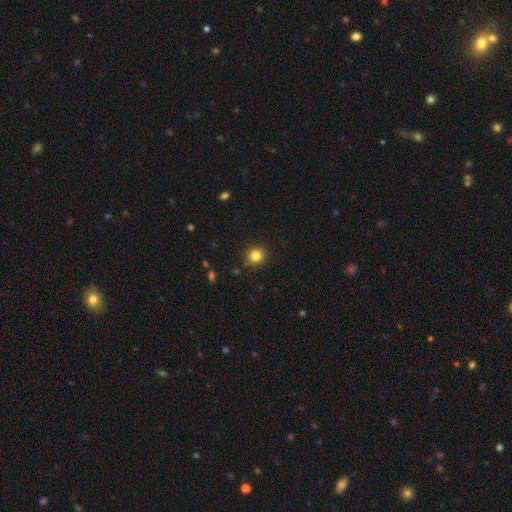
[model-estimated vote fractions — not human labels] Q: Smooth or featured?
A: smooth (83%); runner-up: star or artifact (12%)
Q: How rounded?
A: round (94%); runner-up: in between (5%)
Q: Merging?
A: none (90%); runner-up: minor disturbance (6%)